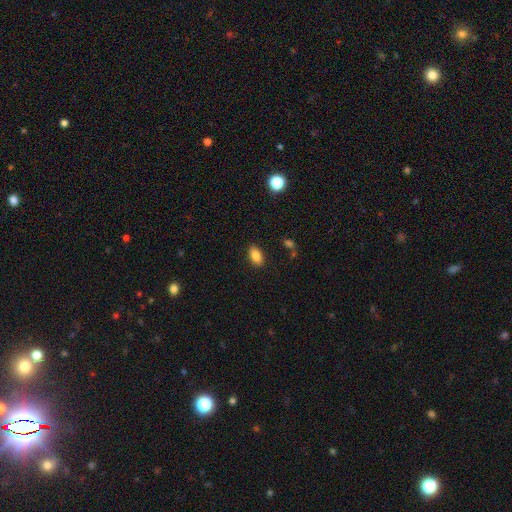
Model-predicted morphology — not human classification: Overall: smooth (86%). How rounded: in between (91%). Merging: none (87%).